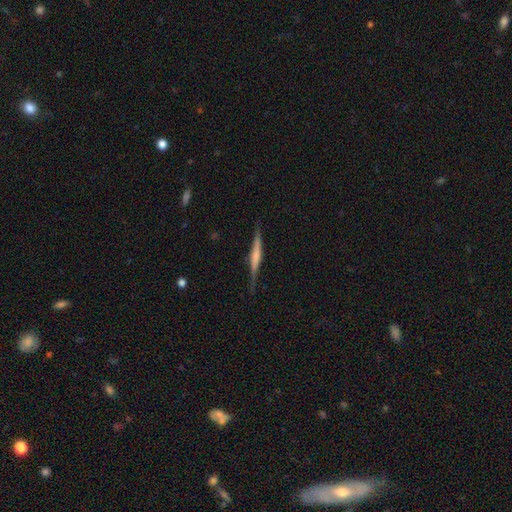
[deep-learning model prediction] smooth_or_featured: featured or disk (p=0.65) [alt: smooth p=0.29]
disk_edge_on: yes (p=0.97) [alt: no p=0.03]
edge_on_bulge: rounded (p=0.44) [alt: boxy p=0.29]
merging: none (p=0.84) [alt: minor disturbance p=0.12]